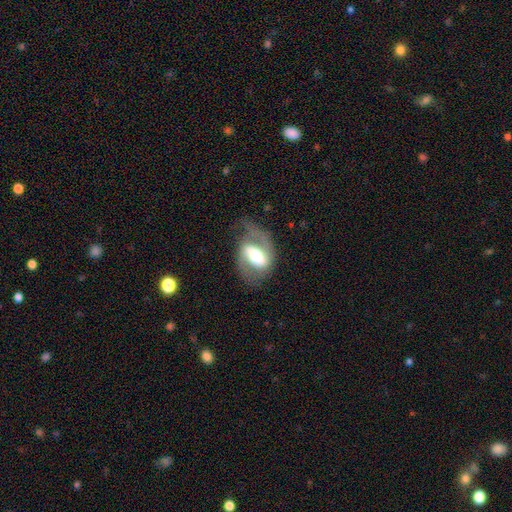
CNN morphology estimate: This is likely a featured or disk galaxy (77%). It is clearly not viewed edge-on (96%). Bar: possibly strong (49%). Spiral arm pattern: clearly yes (87%). Spiral arm count: likely 2 (80%). Spiral winding: possibly medium (48%). Central bulge: possibly moderate (60%). Merging: possibly none (53%).